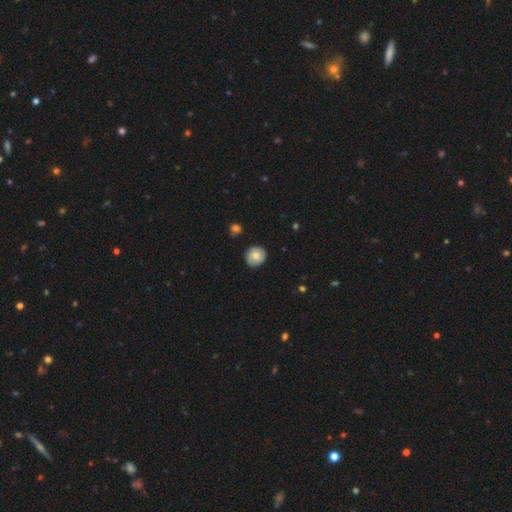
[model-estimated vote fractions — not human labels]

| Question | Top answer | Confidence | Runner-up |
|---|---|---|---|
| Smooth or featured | smooth | 69% | featured or disk (24%) |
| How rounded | round | 85% | in between (14%) |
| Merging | none | 80% | minor disturbance (16%) |